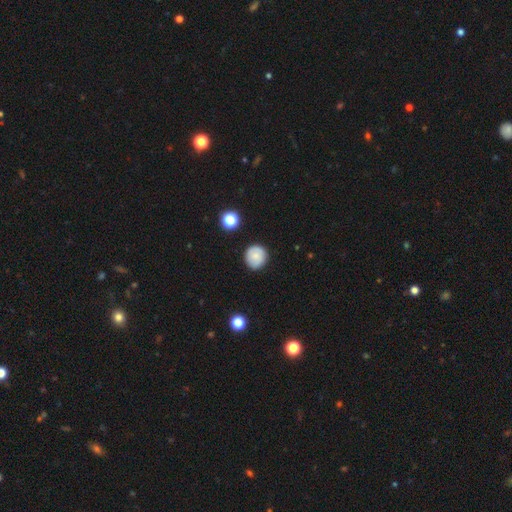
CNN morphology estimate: Q: Smooth or featured?
A: smooth (74%); runner-up: featured or disk (17%)
Q: How rounded?
A: round (90%); runner-up: in between (9%)
Q: Merging?
A: none (86%); runner-up: minor disturbance (10%)